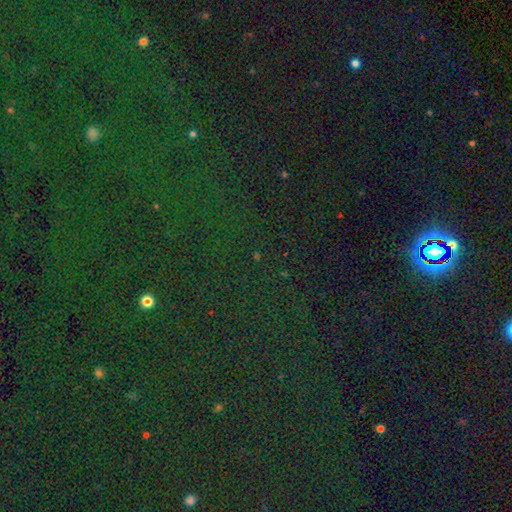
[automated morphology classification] Q: Smooth or featured?
A: star or artifact (81%); runner-up: smooth (12%)